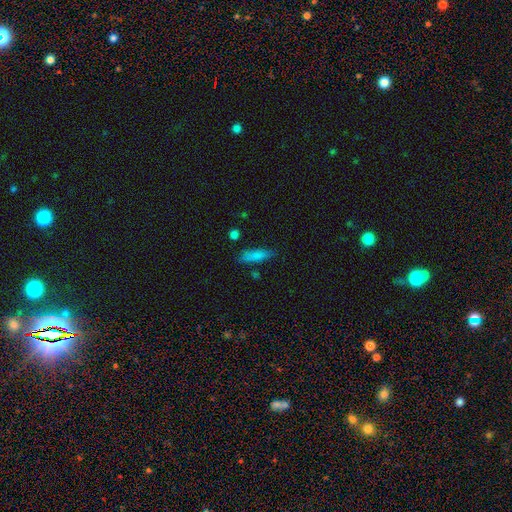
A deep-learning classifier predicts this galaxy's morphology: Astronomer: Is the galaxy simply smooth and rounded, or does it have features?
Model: smooth — 80%.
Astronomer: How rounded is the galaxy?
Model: cigar-shaped — 62%.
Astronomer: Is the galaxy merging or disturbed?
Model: none — 77%.